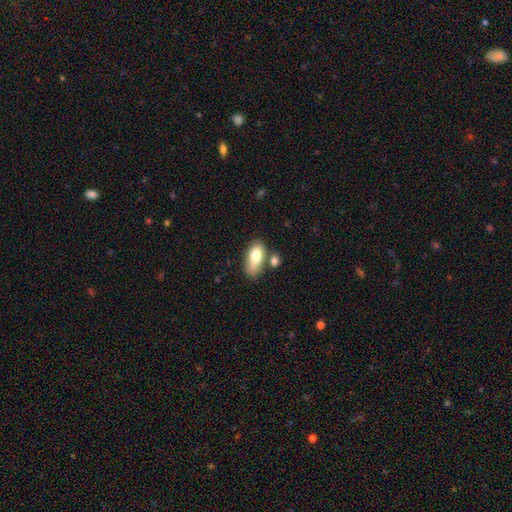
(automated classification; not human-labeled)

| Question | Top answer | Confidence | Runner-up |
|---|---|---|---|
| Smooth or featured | smooth | 78% | featured or disk (15%) |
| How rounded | in between | 85% | cigar-shaped (12%) |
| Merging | none | 54% | minor disturbance (20%) |